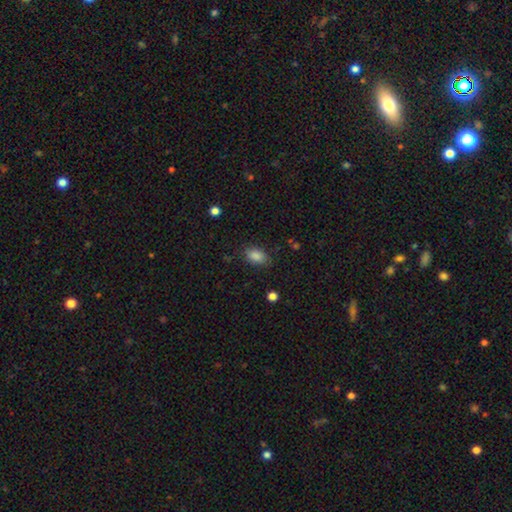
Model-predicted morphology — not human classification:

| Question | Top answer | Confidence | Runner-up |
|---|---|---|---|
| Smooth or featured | smooth | 86% | star or artifact (9%) |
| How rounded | in between | 87% | round (11%) |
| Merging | none | 80% | minor disturbance (15%) |